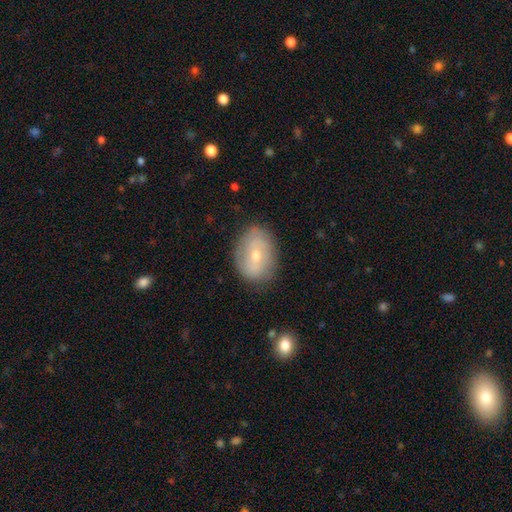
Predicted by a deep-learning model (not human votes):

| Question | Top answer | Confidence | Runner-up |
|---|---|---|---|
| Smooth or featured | featured or disk | 47% | smooth (45%) |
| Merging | none | 78% | minor disturbance (16%) |